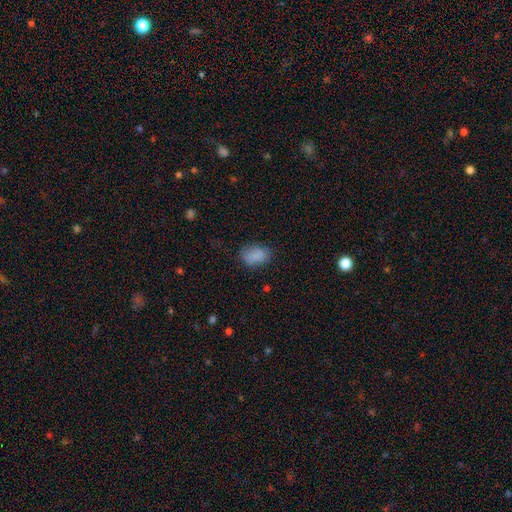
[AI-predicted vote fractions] A smooth galaxy with no disk features (84%) that is in between round and cigar-shaped (85%). Merging: none (74%).